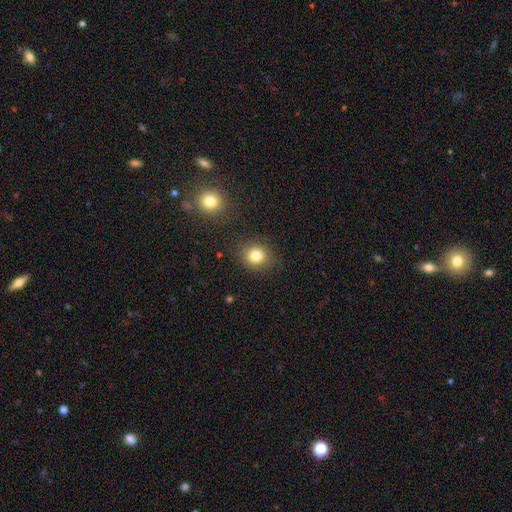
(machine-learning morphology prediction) smooth-or-featured: smooth: 81% | star or artifact: 12% | featured or disk: 7%
  how-rounded: round: 79% | in between: 20% | cigar-shaped: 1%
  merging: none: 85% | minor disturbance: 9% | major disturbance: 3% | merger: 3%